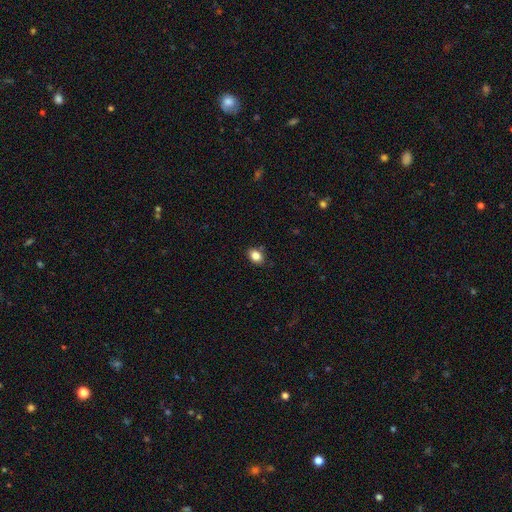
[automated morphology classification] smooth_or_featured: smooth (p=0.84) [alt: star or artifact p=0.10]
how_rounded: in between (p=0.71) [alt: round p=0.28]
merging: none (p=0.84) [alt: minor disturbance p=0.12]